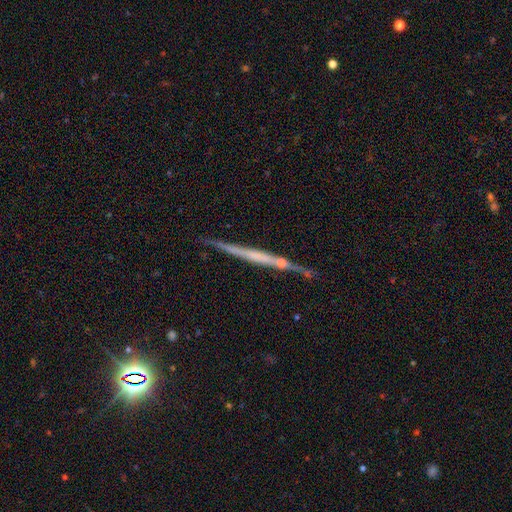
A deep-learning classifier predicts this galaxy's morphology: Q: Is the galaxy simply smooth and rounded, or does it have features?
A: featured or disk — 66%.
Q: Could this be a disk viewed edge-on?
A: yes — 96%.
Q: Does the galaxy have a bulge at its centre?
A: none — 69%.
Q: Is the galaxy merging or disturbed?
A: none — 79%.